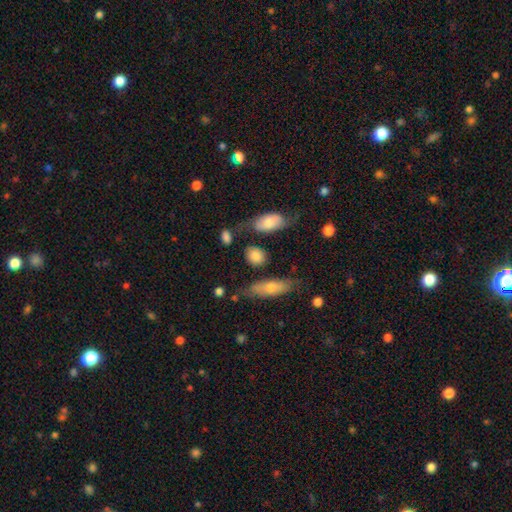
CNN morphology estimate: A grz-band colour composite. It shows a smooth galaxy with no disk features (81%) that is in between round and cigar-shaped (54%). Merging: none (66%).